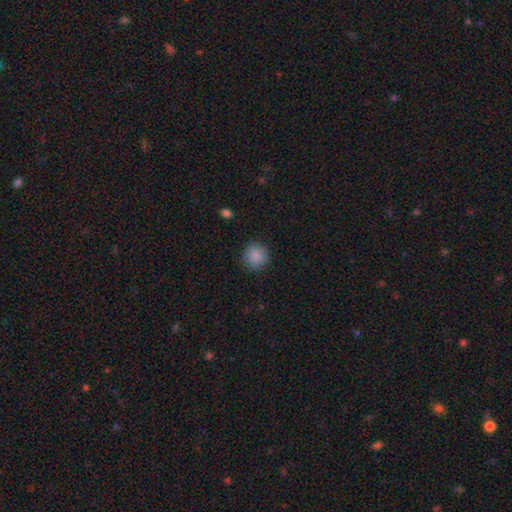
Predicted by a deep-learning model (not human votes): smooth-or-featured: smooth: 87% | star or artifact: 9% | featured or disk: 5%
  how-rounded: round: 93% | in between: 6% | cigar-shaped: 1%
  merging: none: 87% | minor disturbance: 9% | major disturbance: 3% | merger: 1%